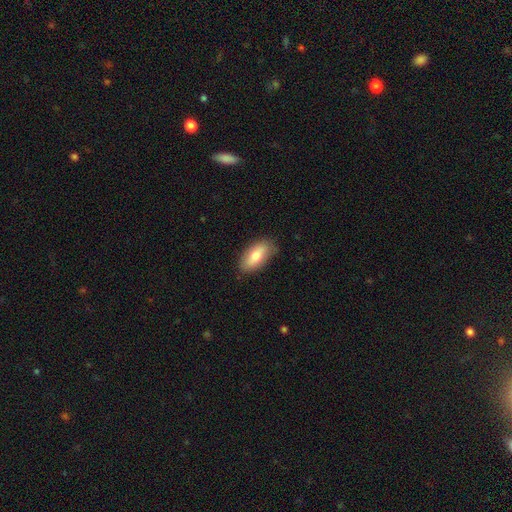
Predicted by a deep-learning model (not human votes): Smooth or featured? smooth (77%)
How rounded? in between (89%)
Merging? none (83%)